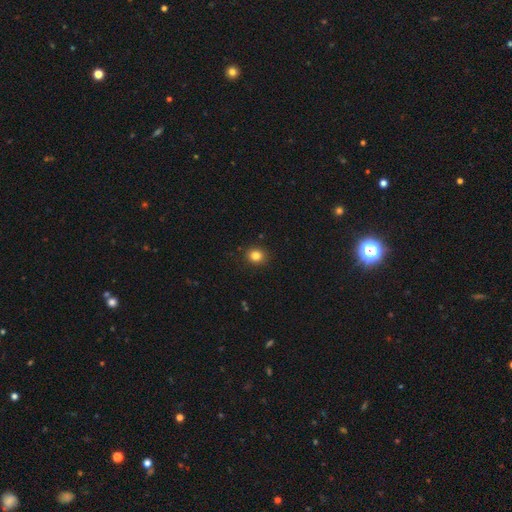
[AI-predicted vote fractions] smooth-or-featured: smooth: 83% | star or artifact: 12% | featured or disk: 5%
  how-rounded: round: 80% | in between: 20% | cigar-shaped: 1%
  merging: none: 90% | minor disturbance: 7% | major disturbance: 2% | merger: 1%